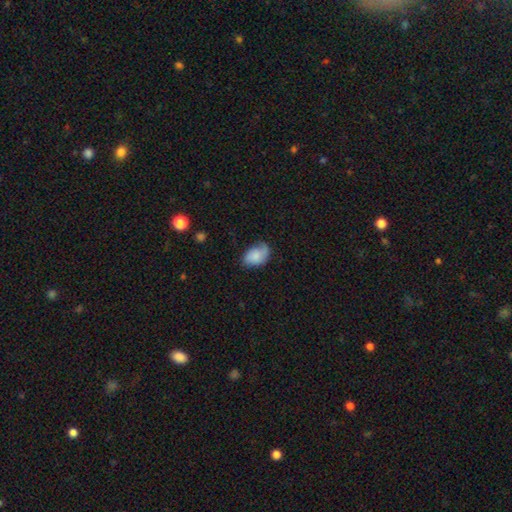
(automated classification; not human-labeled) smooth_or_featured: smooth (p=0.73) [alt: featured or disk p=0.19]
how_rounded: in between (p=0.86) [alt: round p=0.13]
merging: none (p=0.57) [alt: minor disturbance p=0.32]